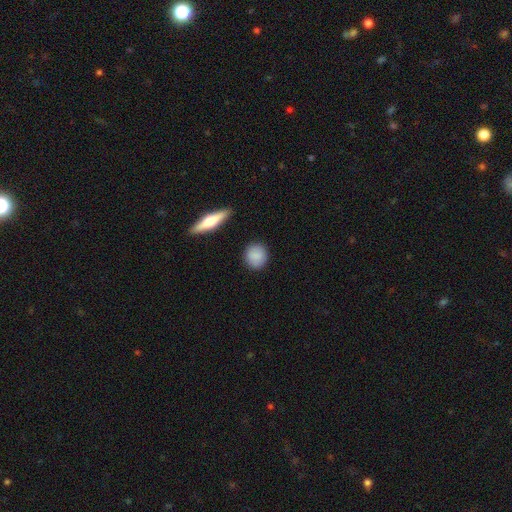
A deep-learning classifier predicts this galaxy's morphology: Smooth or featured? smooth (86%)
How rounded? round (81%)
Merging? none (88%)